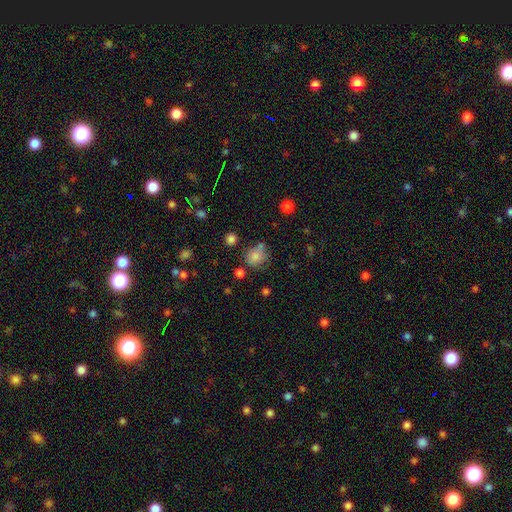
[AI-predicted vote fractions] smooth 78%, star or artifact 13%, featured or disk 9%. Down the decision tree: how rounded — round (80%); merging — none (62%).